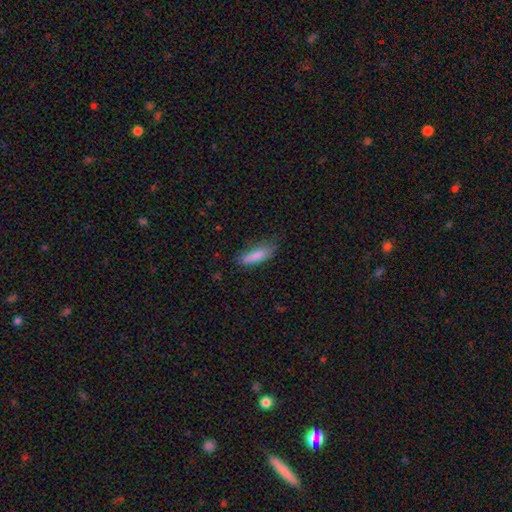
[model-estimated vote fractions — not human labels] smooth-or-featured: smooth: 84% | featured or disk: 9% | star or artifact: 7%
  how-rounded: in between: 49% (tied) | cigar-shaped: 49% (tied) | round: 2%
  merging: none: 60% | minor disturbance: 29% | major disturbance: 9% | merger: 2%